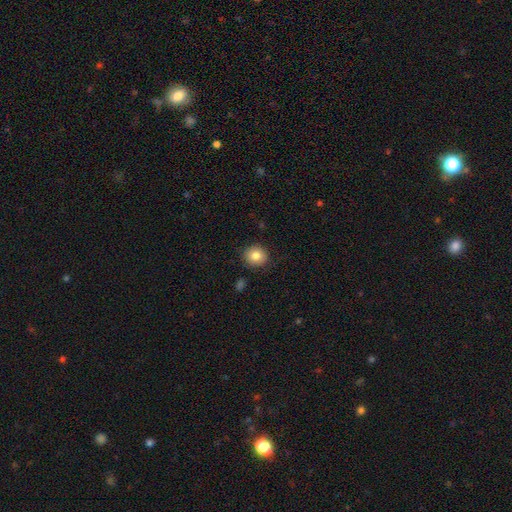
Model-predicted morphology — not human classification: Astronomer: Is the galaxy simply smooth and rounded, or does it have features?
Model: smooth — 83%.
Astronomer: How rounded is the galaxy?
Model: round — 86%.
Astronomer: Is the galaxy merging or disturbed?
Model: none — 88%.